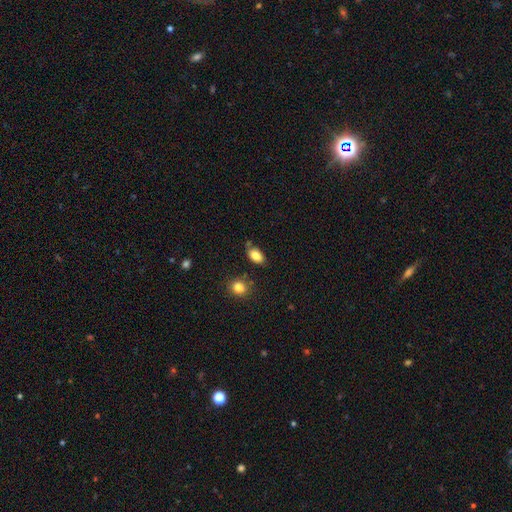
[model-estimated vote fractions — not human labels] smooth-or-featured: smooth: 84% | star or artifact: 8% | featured or disk: 8%
  how-rounded: in between: 89% | round: 8% | cigar-shaped: 2%
  merging: none: 72% | minor disturbance: 17% | merger: 7% | major disturbance: 4%